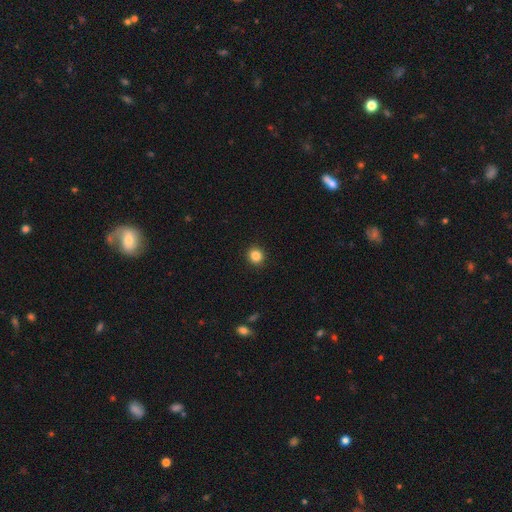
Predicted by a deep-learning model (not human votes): This appears to be a smooth galaxy with no disk features (85%) that is round (90%). Merging: none (93%).